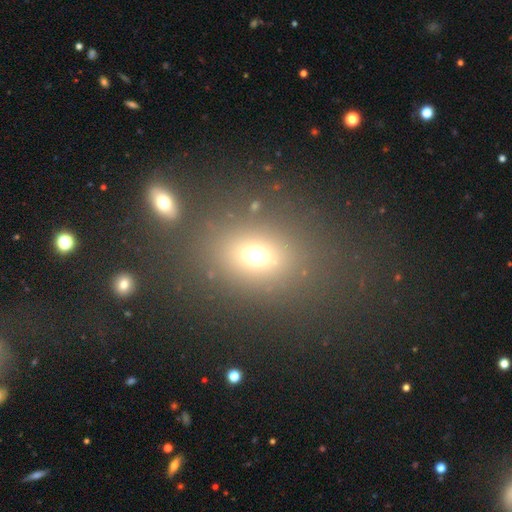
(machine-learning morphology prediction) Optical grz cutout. It shows a smooth galaxy with no disk features (67%) that is round (51%). Merging: none (75%).